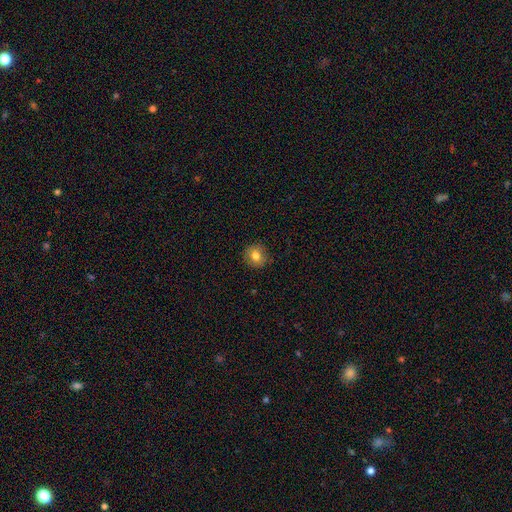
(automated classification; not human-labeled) Overall: smooth (79%). How rounded: round (89%). Merging: none (88%).